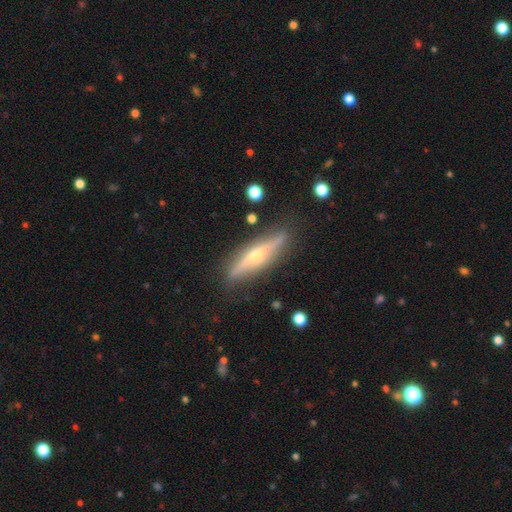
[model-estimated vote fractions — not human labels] smooth-or-featured: featured or disk: 75% | smooth: 19% | star or artifact: 6%
  disk-edge-on: yes: 94% | no: 6%
    edge-on-bulge: rounded: 90% | none: 7% | boxy: 3%
  merging: none: 85% | minor disturbance: 11% | major disturbance: 2% | merger: 2%